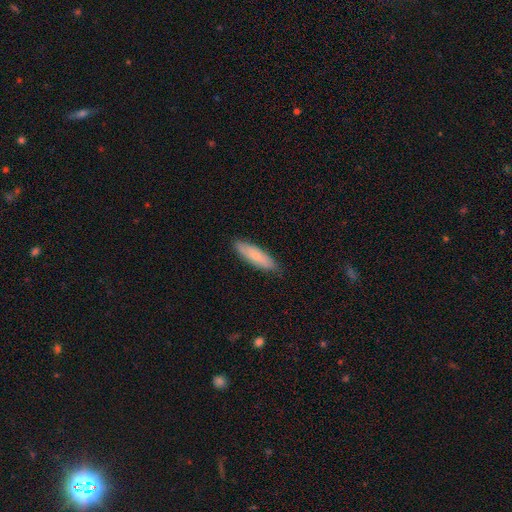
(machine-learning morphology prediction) type=smooth (72%); roundness=cigar-shaped (58%); merging=none (85%).